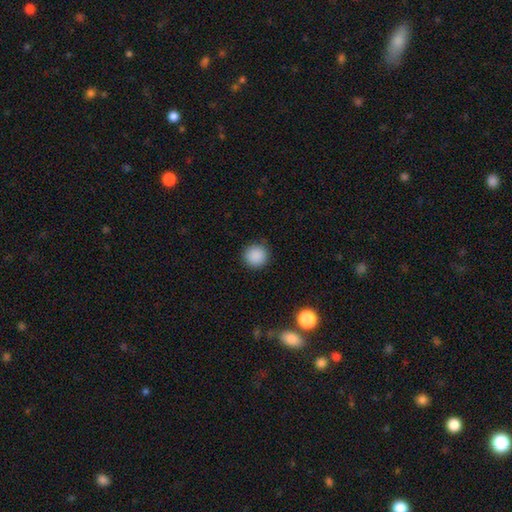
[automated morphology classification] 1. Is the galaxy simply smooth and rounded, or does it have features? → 89% smooth, 9% star or artifact, 2% featured or disk.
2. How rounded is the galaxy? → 94% round, 5% in between, 1% cigar-shaped.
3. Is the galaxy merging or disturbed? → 91% none, 6% minor disturbance, 2% major disturbance, 1% merger.